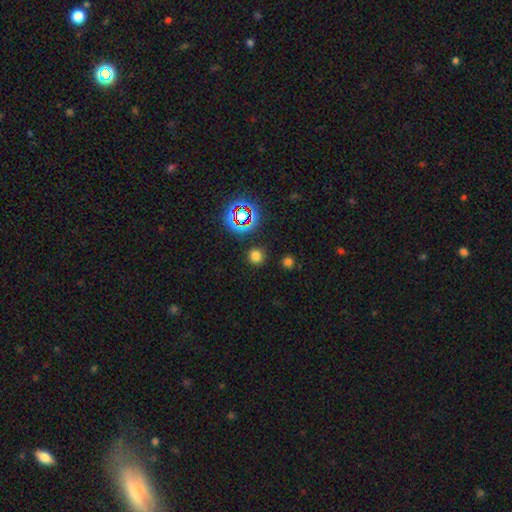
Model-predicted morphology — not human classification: A smooth galaxy with no disk features (71%) that is round (92%). Merging: none (88%).